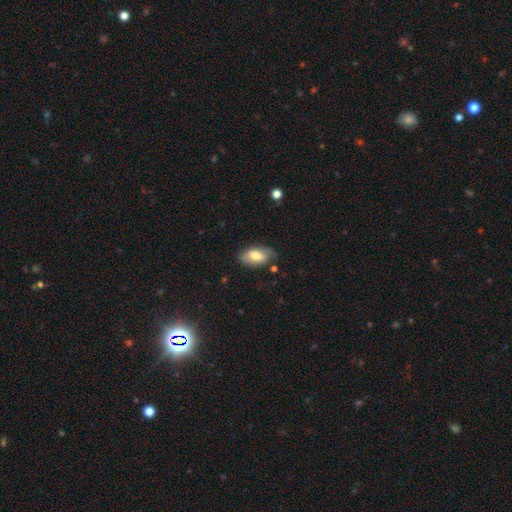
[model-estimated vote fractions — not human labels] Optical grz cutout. It shows a smooth galaxy with no disk features (67%) that is in between round and cigar-shaped (93%). Merging: none (70%).